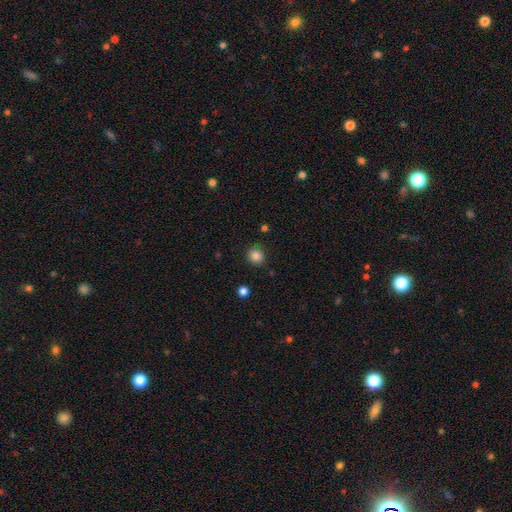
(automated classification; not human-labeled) Smooth or featured? smooth (85%)
How rounded? round (91%)
Merging? none (89%)